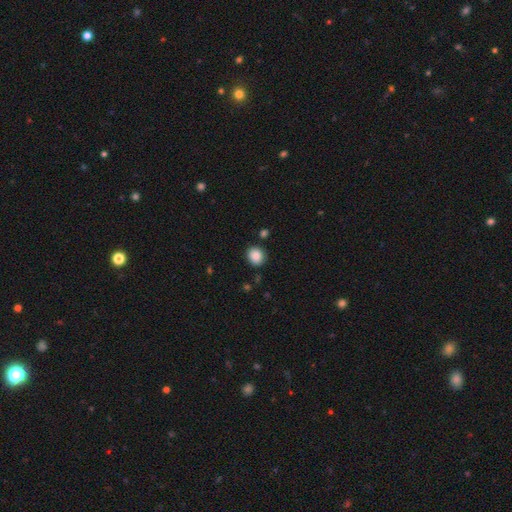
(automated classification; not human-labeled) smooth-or-featured: smooth: 88% | star or artifact: 9% | featured or disk: 3%
  how-rounded: round: 73% | in between: 26% | cigar-shaped: 1%
  merging: none: 83% | minor disturbance: 11% | major disturbance: 3% | merger: 3%